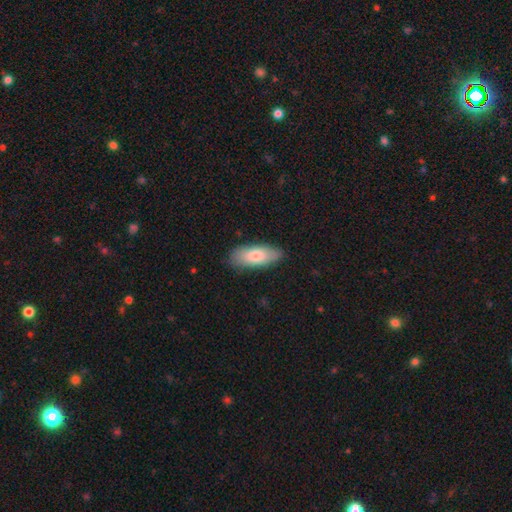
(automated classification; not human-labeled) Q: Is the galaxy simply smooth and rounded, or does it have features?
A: smooth — 79%.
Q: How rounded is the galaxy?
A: in between — 80%.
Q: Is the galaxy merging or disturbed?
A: none — 83%.